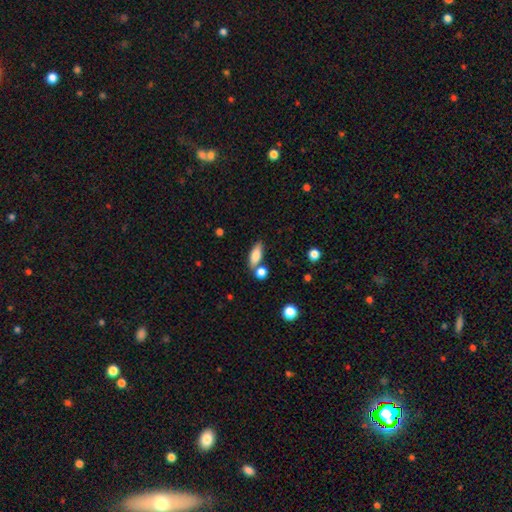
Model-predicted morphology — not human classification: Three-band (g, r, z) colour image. It shows a smooth galaxy with no disk features (79%) that is in between round and cigar-shaped (70%). Merging: none (65%).